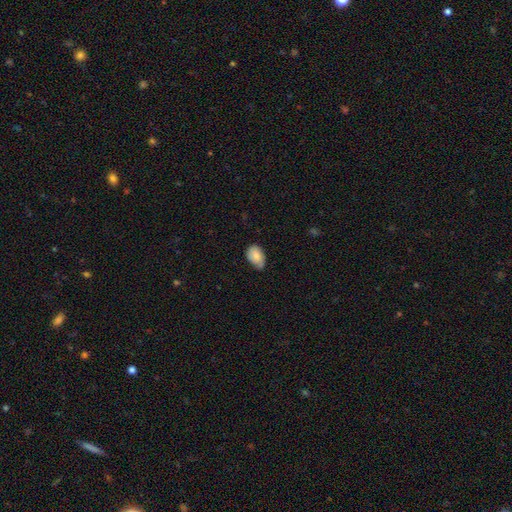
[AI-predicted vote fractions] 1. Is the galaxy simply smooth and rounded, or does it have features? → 79% smooth, 14% featured or disk, 7% star or artifact.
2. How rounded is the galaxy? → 86% in between, 13% round, 1% cigar-shaped.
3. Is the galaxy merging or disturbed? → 51% none, 40% minor disturbance, 7% major disturbance, 2% merger.